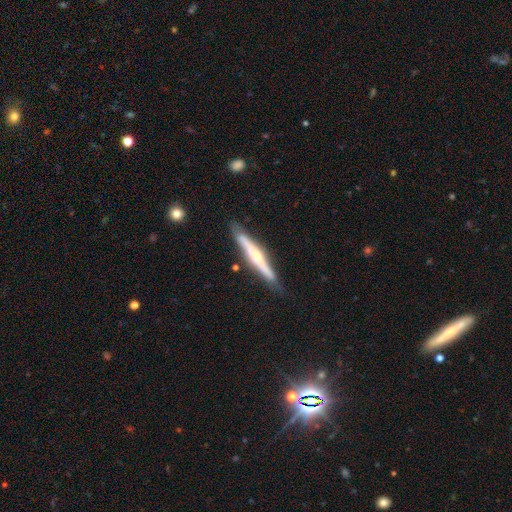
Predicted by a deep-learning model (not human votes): Overall: featured or disk (68%). Edge-on disk: yes (96%). Edge-on bulge: rounded (74%). Merging: none (86%).